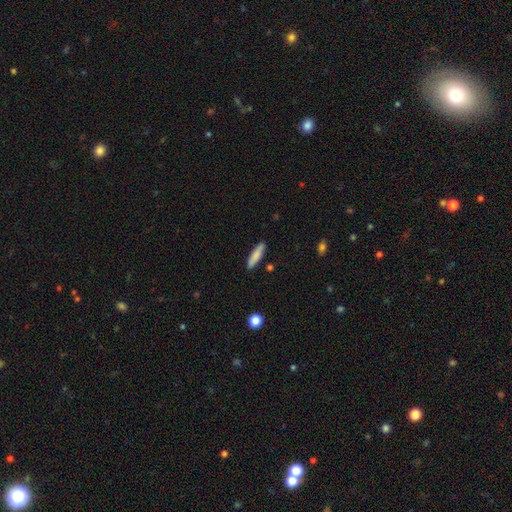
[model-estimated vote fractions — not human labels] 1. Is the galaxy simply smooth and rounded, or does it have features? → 83% smooth, 11% featured or disk, 6% star or artifact.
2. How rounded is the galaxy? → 77% cigar-shaped, 22% in between, 2% round.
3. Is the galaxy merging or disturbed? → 88% none, 8% minor disturbance, 2% merger, 2% major disturbance.